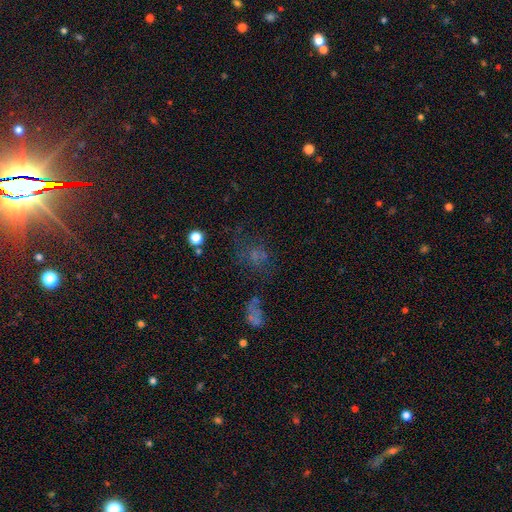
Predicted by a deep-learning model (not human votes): This appears to be a smooth galaxy with no disk features (43%). Merging: none (44%).